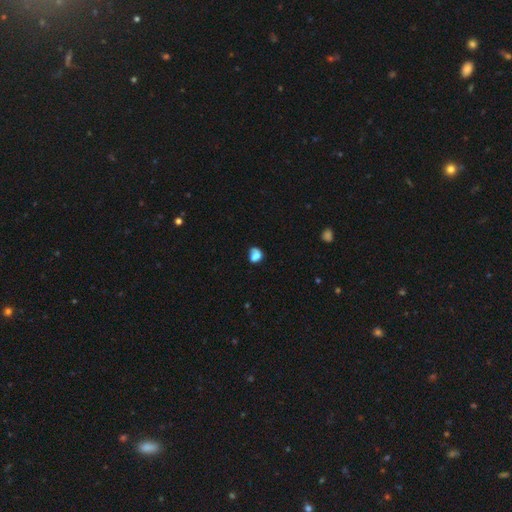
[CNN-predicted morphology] Smooth or featured? smooth (74%)
How rounded? in between (50%)
Merging? none (45%)